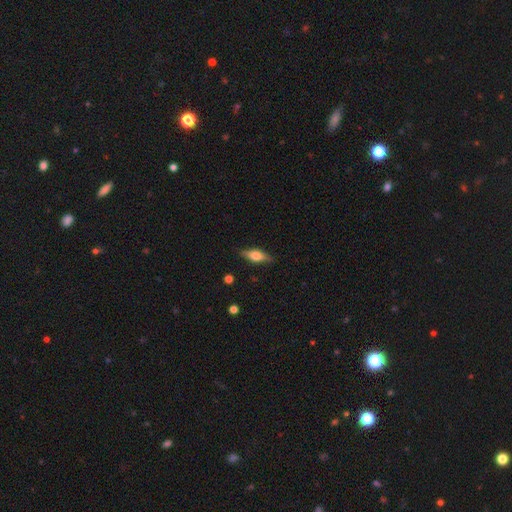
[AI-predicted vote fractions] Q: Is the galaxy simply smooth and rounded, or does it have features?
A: featured or disk — 47%.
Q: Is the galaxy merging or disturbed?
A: none — 84%.